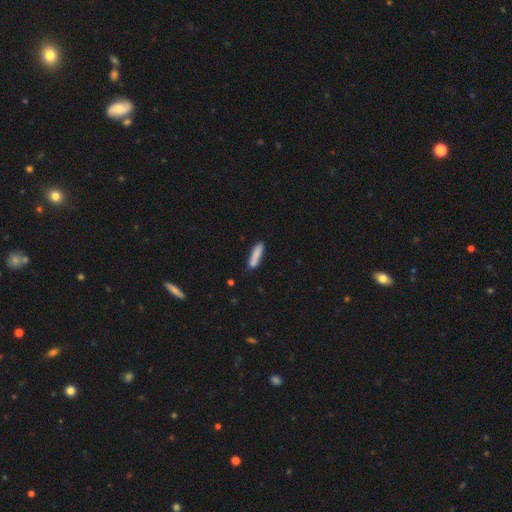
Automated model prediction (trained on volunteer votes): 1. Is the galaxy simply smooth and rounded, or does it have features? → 84% smooth, 10% featured or disk, 6% star or artifact.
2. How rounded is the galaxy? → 80% cigar-shaped, 18% in between, 1% round.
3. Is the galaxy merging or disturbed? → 77% none, 15% minor disturbance, 5% merger, 3% major disturbance.